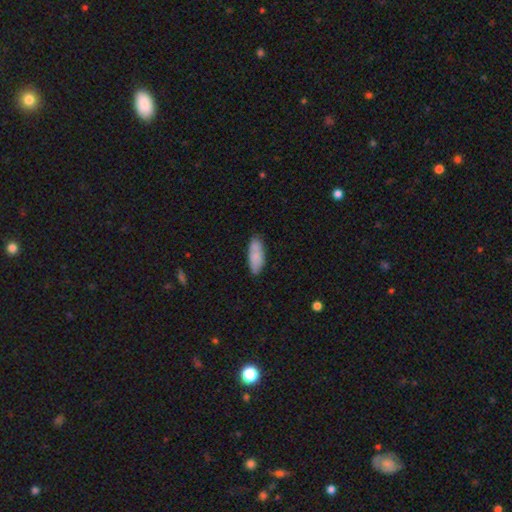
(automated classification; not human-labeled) A smooth galaxy with no disk features (80%) that is in between round and cigar-shaped (76%).

Vote fractions:
- Smooth or featured? smooth: 80% / featured or disk: 13% / star or artifact: 6%
- How rounded? in between: 76% / cigar-shaped: 22% / round: 2%
- Merging? none: 73% / minor disturbance: 20% / major disturbance: 4% / merger: 4%